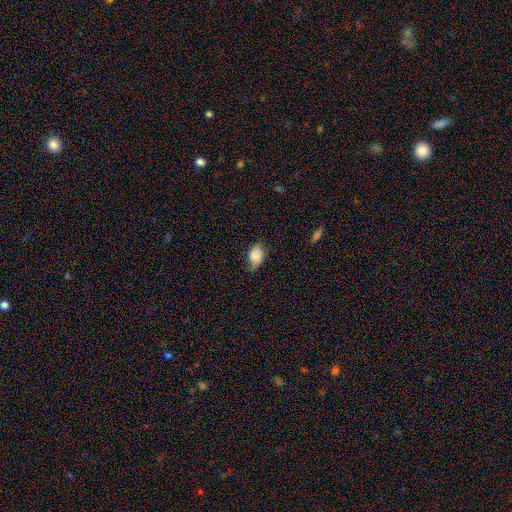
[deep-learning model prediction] This appears to be a smooth galaxy with no disk features (73%) that is in between round and cigar-shaped (84%). Merging: none (47%).